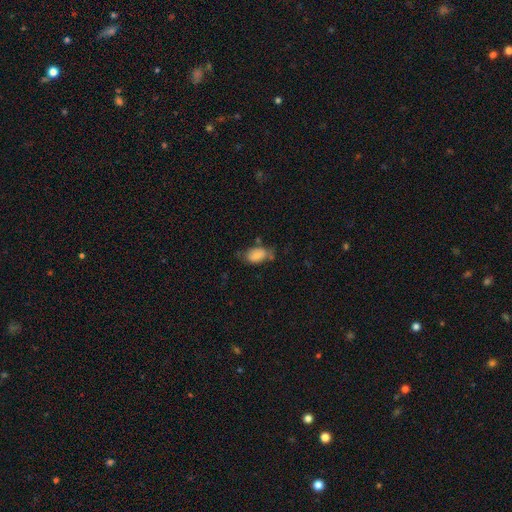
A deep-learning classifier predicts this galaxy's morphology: This is likely a smooth galaxy (78%). How rounded: clearly in between (90%). Merging: possibly none (49%).